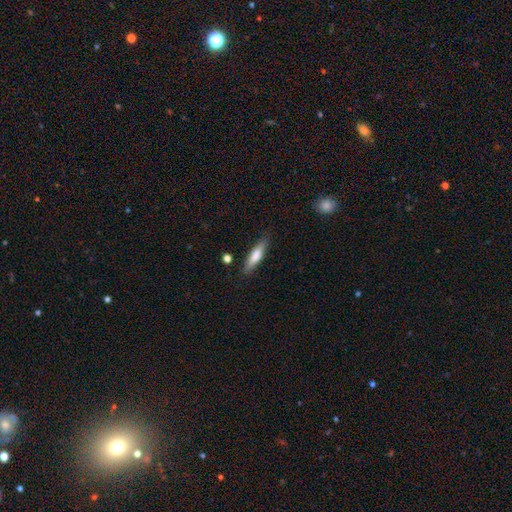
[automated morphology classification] The model was most divided on "smooth or featured": smooth: 72%, featured or disk: 22%, star or artifact: 6%. More confident: merging — none (84%); how rounded — cigar-shaped (75%).